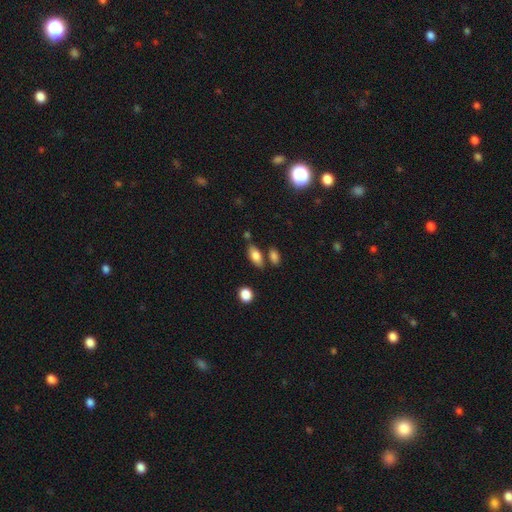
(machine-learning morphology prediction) Overall: smooth (80%). How rounded: in between (86%). Merging: none (71%).